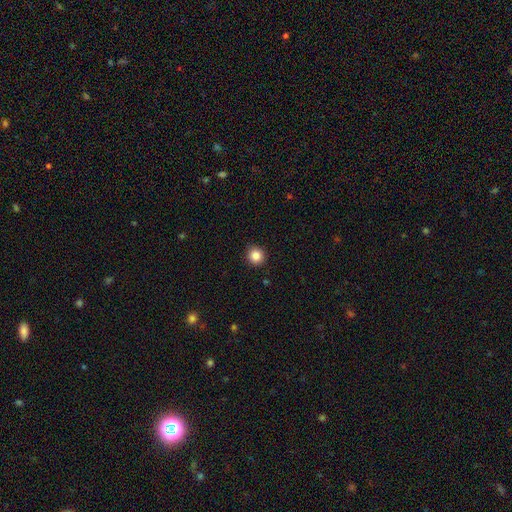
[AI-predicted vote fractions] This appears to be a smooth galaxy with no disk features (85%) that is round (92%). Merging: none (91%).